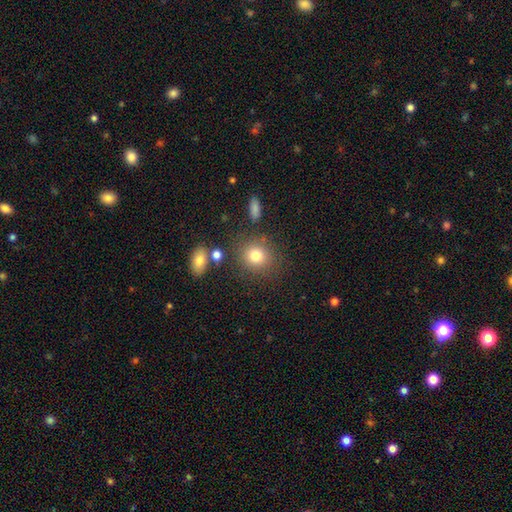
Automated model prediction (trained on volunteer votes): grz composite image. It shows a smooth galaxy with no disk features (79%) that is round (77%). Merging: none (79%).